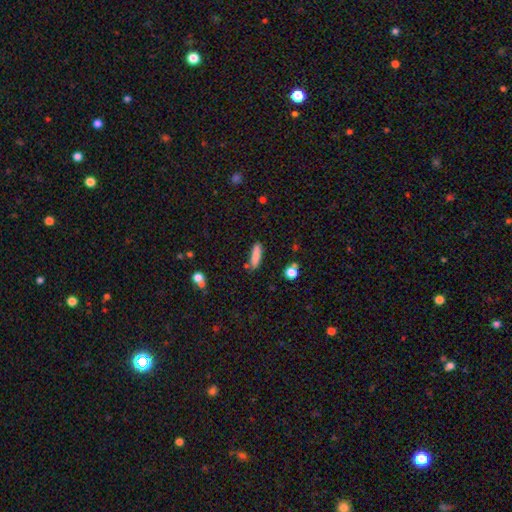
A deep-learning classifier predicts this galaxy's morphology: A smooth galaxy with no disk features (84%) that is cigar-shaped (63%). Merging: none (79%).